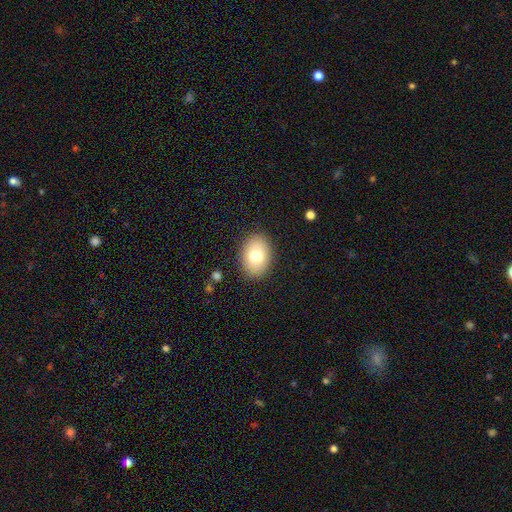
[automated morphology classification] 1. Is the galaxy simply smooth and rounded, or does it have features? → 77% smooth, 15% featured or disk, 8% star or artifact.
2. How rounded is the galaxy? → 78% in between, 21% round, 1% cigar-shaped.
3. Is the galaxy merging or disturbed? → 87% none, 9% minor disturbance, 3% major disturbance, 1% merger.